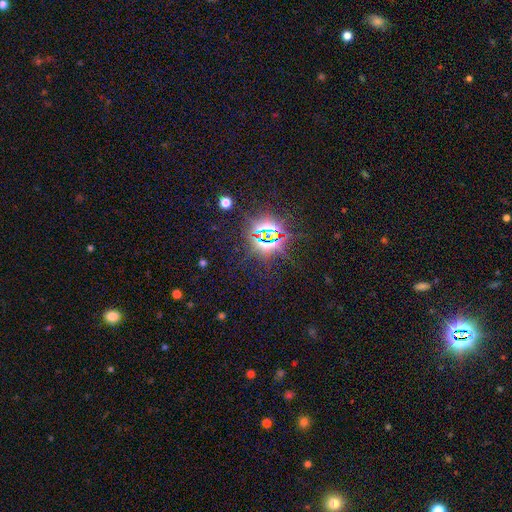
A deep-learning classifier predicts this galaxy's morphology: type=star or artifact (83%).